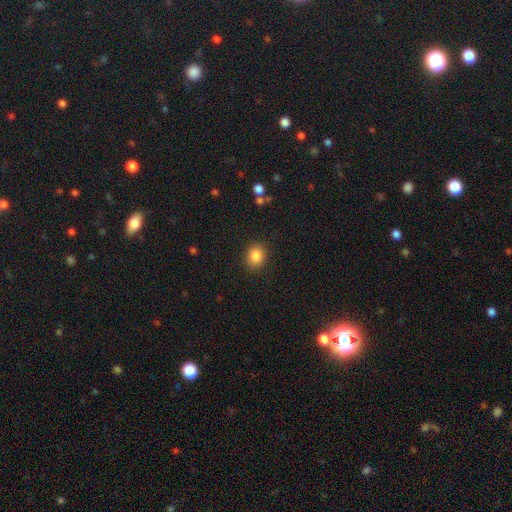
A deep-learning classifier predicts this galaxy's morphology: Smooth or featured? smooth (86%)
How rounded? round (55%)
Merging? none (88%)